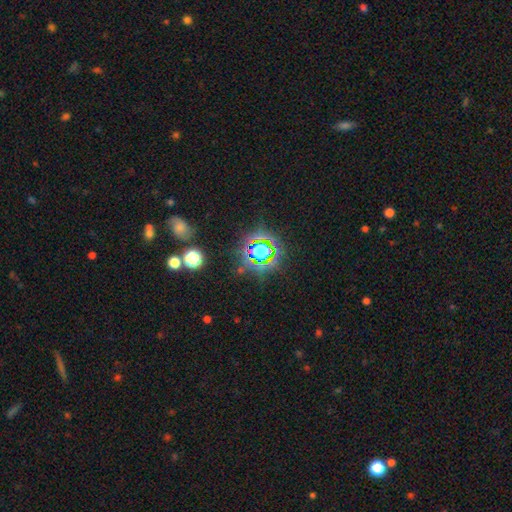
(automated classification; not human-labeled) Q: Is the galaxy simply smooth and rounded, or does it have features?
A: star or artifact — 78%.